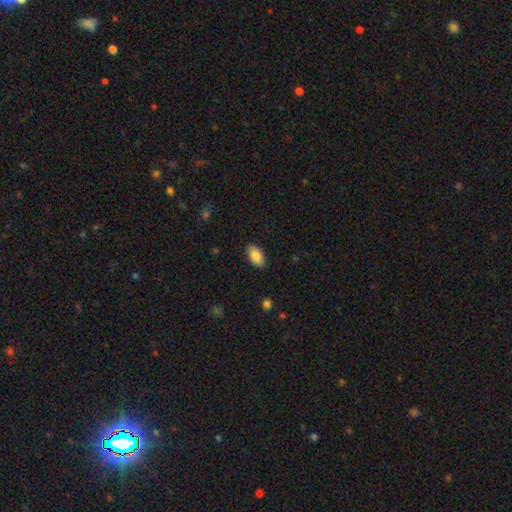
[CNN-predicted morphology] Smooth or featured?
  - smooth: 84% *
  - featured or disk: 9%
  - star or artifact: 7%
How rounded?
  - in between: 94% *
  - round: 4%
  - cigar-shaped: 2%
Merging?
  - none: 87% *
  - minor disturbance: 10%
  - major disturbance: 2%
  - merger: 1%